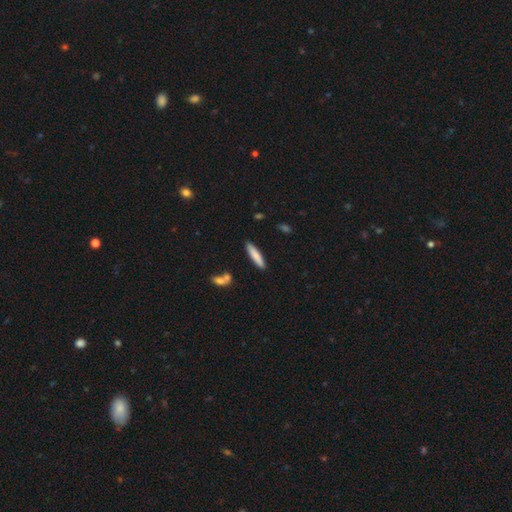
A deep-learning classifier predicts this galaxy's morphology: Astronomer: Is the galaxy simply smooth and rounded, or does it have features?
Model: smooth — 81%.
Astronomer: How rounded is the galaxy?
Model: cigar-shaped — 85%.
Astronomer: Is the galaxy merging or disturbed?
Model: none — 88%.